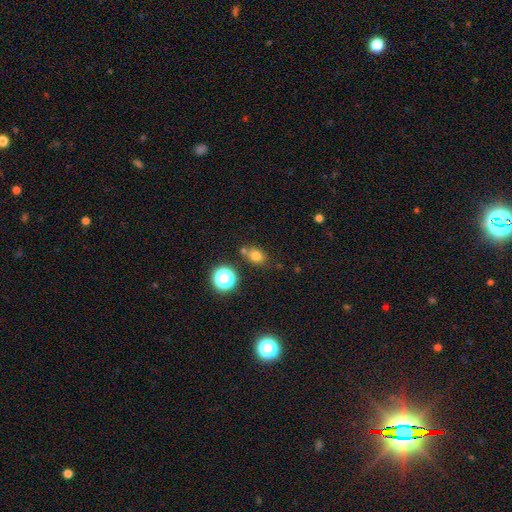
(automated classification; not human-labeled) This is likely a smooth galaxy (75%). How rounded: possibly round (56%). Merging: likely none (66%).